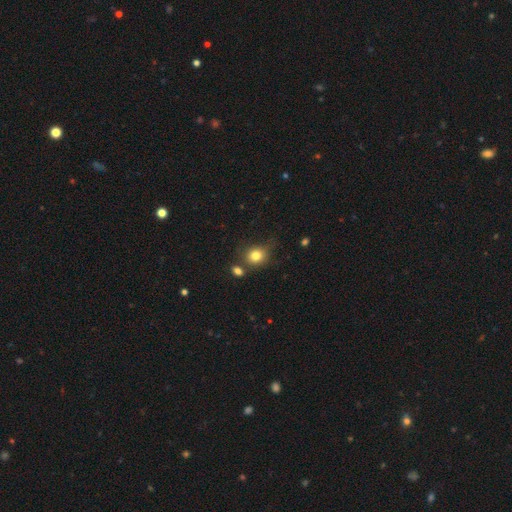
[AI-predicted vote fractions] smooth-or-featured: smooth: 81% | star or artifact: 11% | featured or disk: 8%
  how-rounded: round: 72% | in between: 27% | cigar-shaped: 1%
  merging: none: 64% | minor disturbance: 17% | merger: 13% | major disturbance: 5%